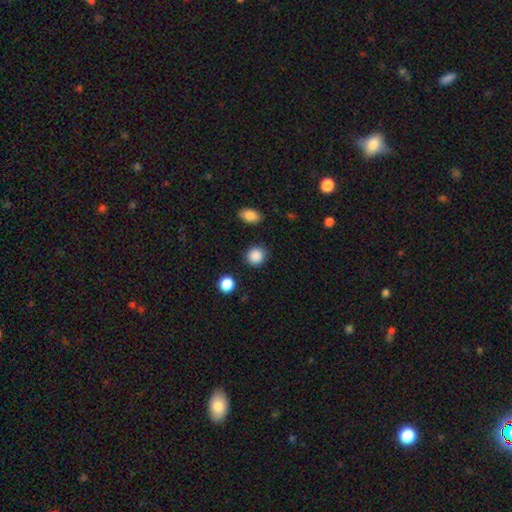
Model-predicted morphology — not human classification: type=smooth (88%); roundness=round (88%); merging=none (88%).